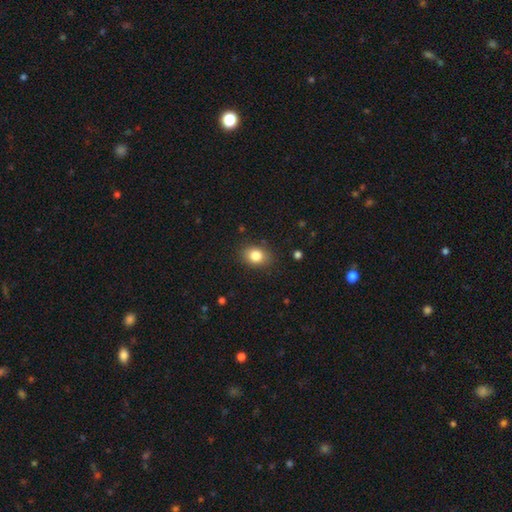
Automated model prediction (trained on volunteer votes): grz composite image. It shows a smooth galaxy with no disk features (83%) that is in between round and cigar-shaped (62%). Merging: none (85%).